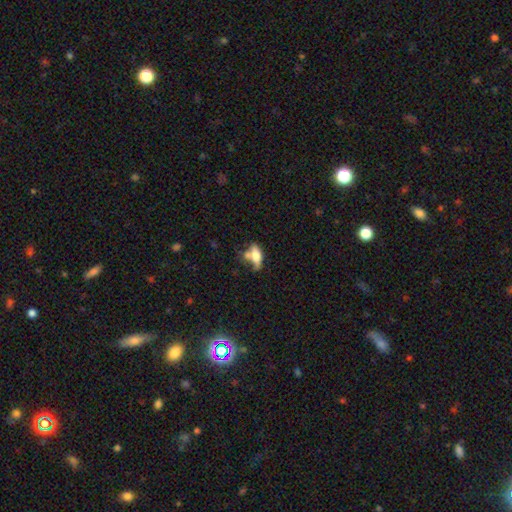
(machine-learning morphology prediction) type=smooth (60%); roundness=in between (72%); merging=none (38%).